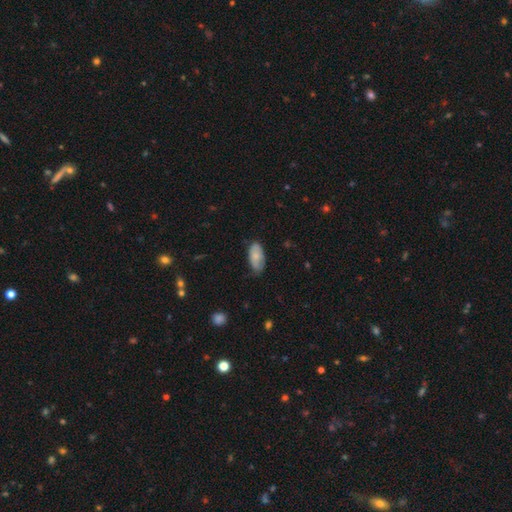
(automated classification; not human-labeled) Smooth or featured? smooth (76%)
How rounded? in between (93%)
Merging? none (63%)